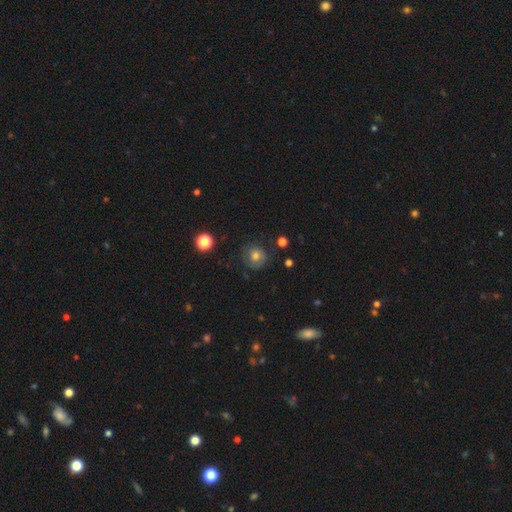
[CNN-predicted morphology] A smooth galaxy with no disk features (69%) that is round (88%). Merging: none (75%).